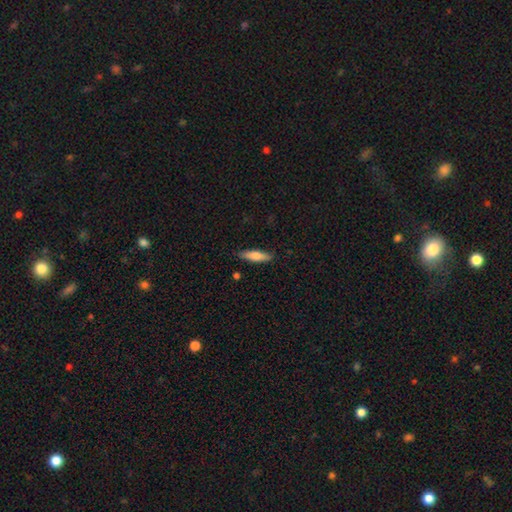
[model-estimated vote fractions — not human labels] smooth_or_featured: smooth (p=0.74) [alt: featured or disk p=0.20]
how_rounded: cigar-shaped (p=0.70) [alt: in between p=0.29]
merging: none (p=0.85) [alt: minor disturbance p=0.11]